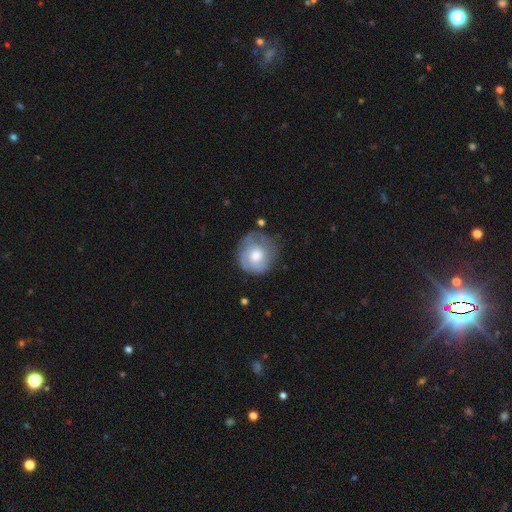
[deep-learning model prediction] Q: Smooth or featured?
A: smooth (53%); runner-up: featured or disk (40%)
Q: How rounded?
A: round (89%); runner-up: in between (10%)
Q: Merging?
A: none (64%); runner-up: minor disturbance (24%)